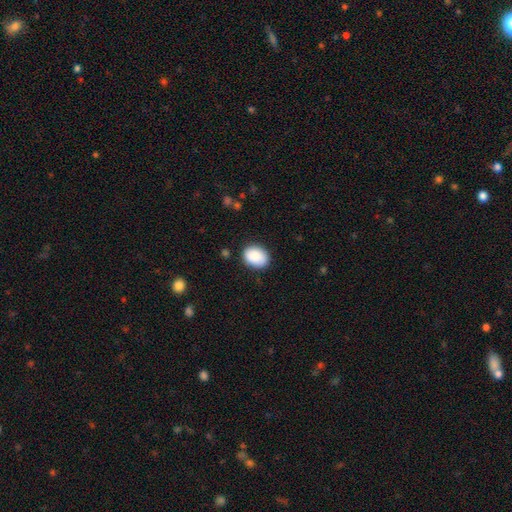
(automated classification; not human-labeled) smooth_or_featured: smooth (p=0.89) [alt: star or artifact p=0.07]
how_rounded: in between (p=0.67) [alt: round p=0.32]
merging: none (p=0.85) [alt: minor disturbance p=0.11]